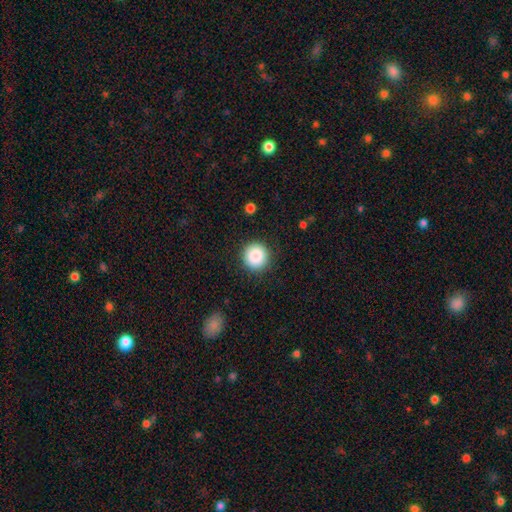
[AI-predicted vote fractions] Q: Smooth or featured?
A: smooth (87%); runner-up: star or artifact (8%)
Q: How rounded?
A: round (95%); runner-up: in between (4%)
Q: Merging?
A: none (91%); runner-up: minor disturbance (6%)